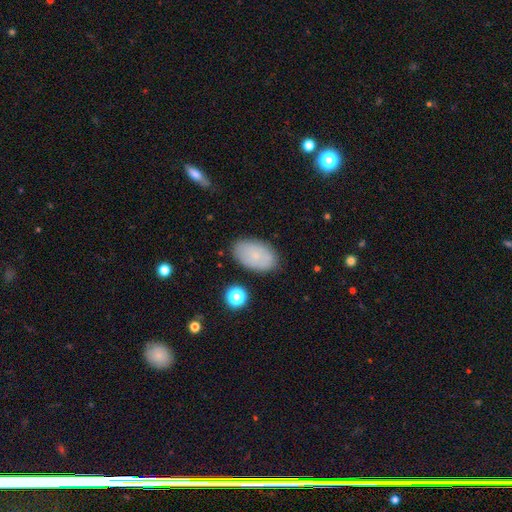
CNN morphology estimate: Smooth or featured: smooth — 71% (featured or disk — 21%)
How rounded: in between — 93% (round — 6%)
Merging: none — 83% (minor disturbance — 13%)